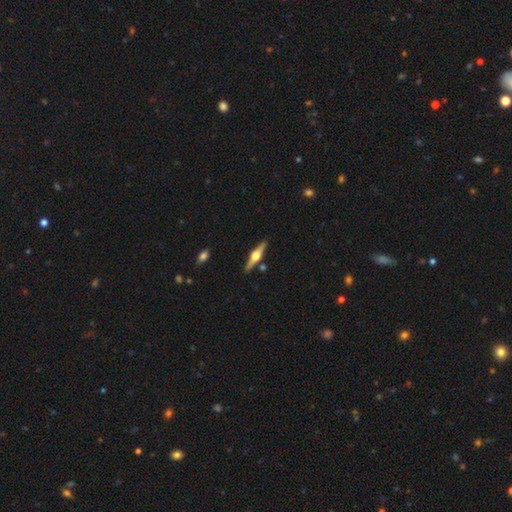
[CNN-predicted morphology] type=featured or disk (74%); edge-on=yes (97%); edge-on bulge=rounded (95%); merging=none (88%).